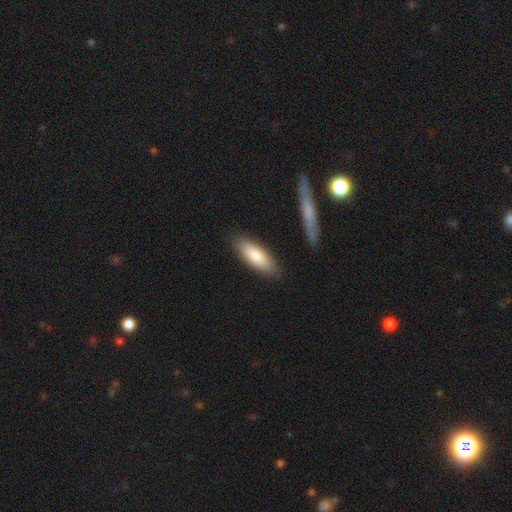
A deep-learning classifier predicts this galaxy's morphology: Smooth or featured? Predicted: smooth (p=0.82). How rounded? Predicted: in between (p=0.66). Merging? Predicted: none (p=0.85).